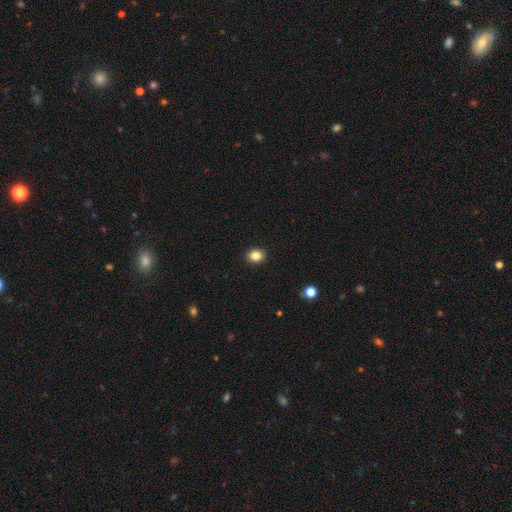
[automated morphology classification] Smooth or featured? smooth (85%)
How rounded? round (50%, tied with in between)
Merging? none (92%)